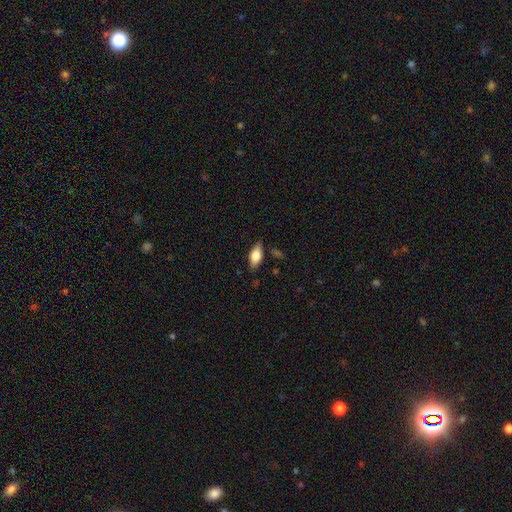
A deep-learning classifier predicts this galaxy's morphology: type=smooth (74%); roundness=in between (86%); merging=none (79%).